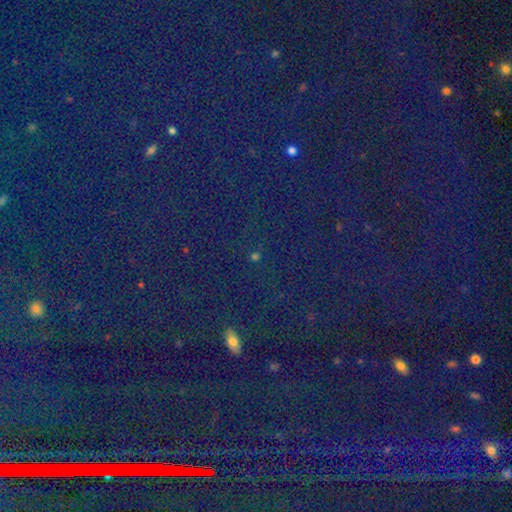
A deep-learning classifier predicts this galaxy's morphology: Smooth or featured? Predicted: star or artifact (p=0.80).